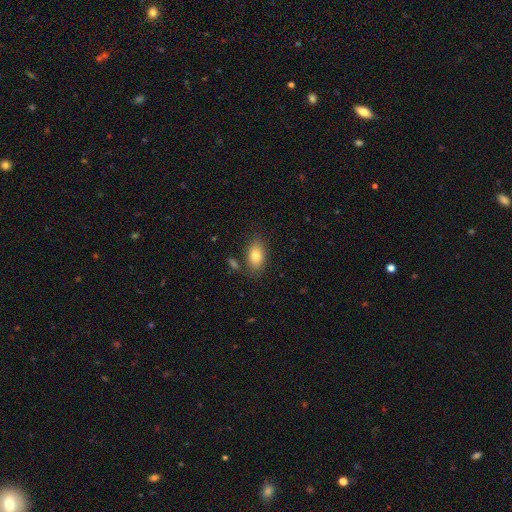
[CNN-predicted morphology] Smooth or featured? smooth (81%)
How rounded? in between (90%)
Merging? none (79%)